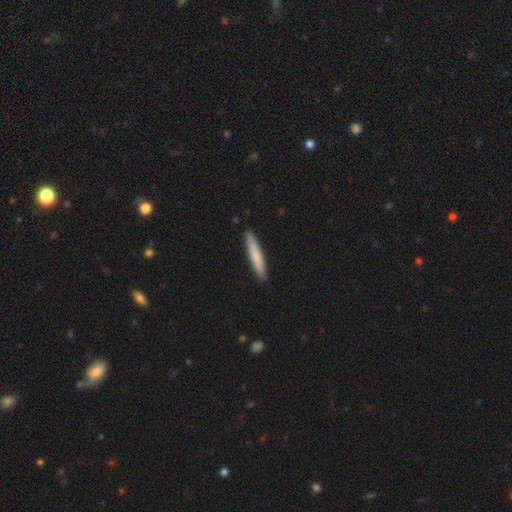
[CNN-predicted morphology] smooth-or-featured: smooth: 78% | featured or disk: 17% | star or artifact: 5%
  how-rounded: cigar-shaped: 94% | in between: 5% | round: 1%
  merging: none: 91% | minor disturbance: 7% | major disturbance: 1% | merger: 1%